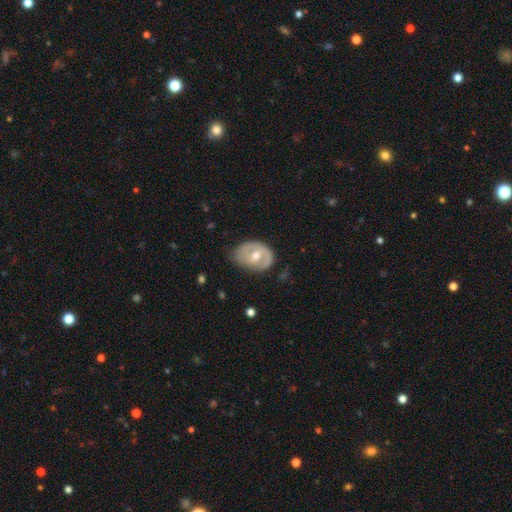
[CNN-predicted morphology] smooth_or_featured: featured or disk (p=0.64) [alt: smooth p=0.30]
disk_edge_on: no (p=0.95) [alt: yes p=0.05]
bar: no (p=0.50) [alt: weak p=0.38]
has_spiral_arms: yes (p=0.62) [alt: no p=0.38]
bulge_size: moderate (p=0.72) [alt: small p=0.22]
merging: none (p=0.56) [alt: minor disturbance p=0.31]